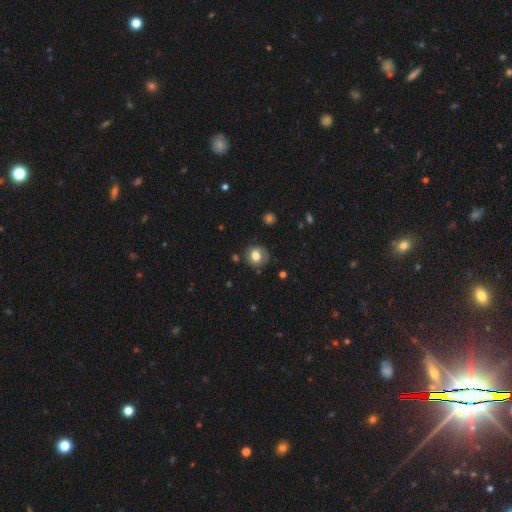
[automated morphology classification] Smooth or featured: smooth — 71% (featured or disk — 20%)
How rounded: round — 81% (in between — 18%)
Merging: none — 76% (minor disturbance — 17%)